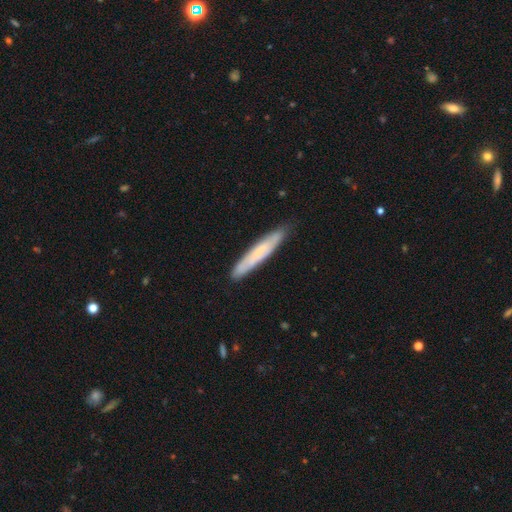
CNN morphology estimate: This is likely a smooth galaxy (60%). How rounded: clearly cigar-shaped (93%). Merging: clearly none (84%).